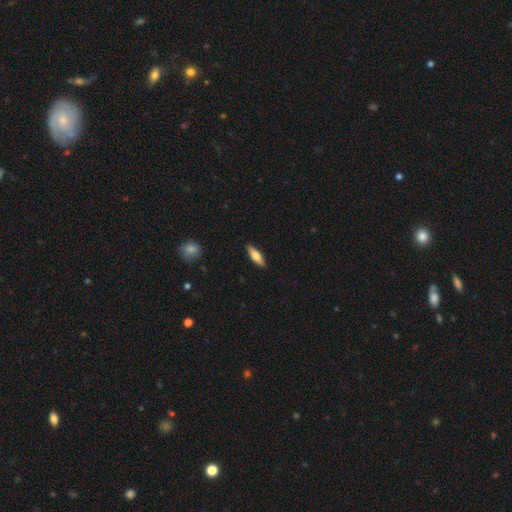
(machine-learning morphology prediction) smooth 60%, featured or disk 34%, star or artifact 6%. Down the decision tree: how rounded — cigar-shaped (50%); merging — none (89%).